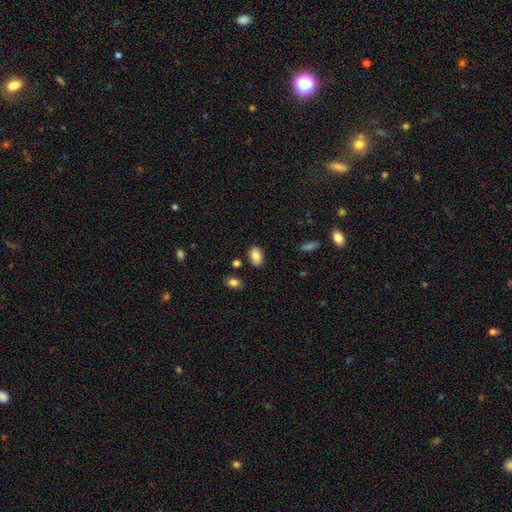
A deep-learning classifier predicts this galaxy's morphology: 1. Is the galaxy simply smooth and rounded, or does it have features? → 82% smooth, 11% featured or disk, 8% star or artifact.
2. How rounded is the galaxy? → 91% in between, 7% round, 2% cigar-shaped.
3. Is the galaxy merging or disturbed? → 83% none, 11% minor disturbance, 3% merger, 2% major disturbance.